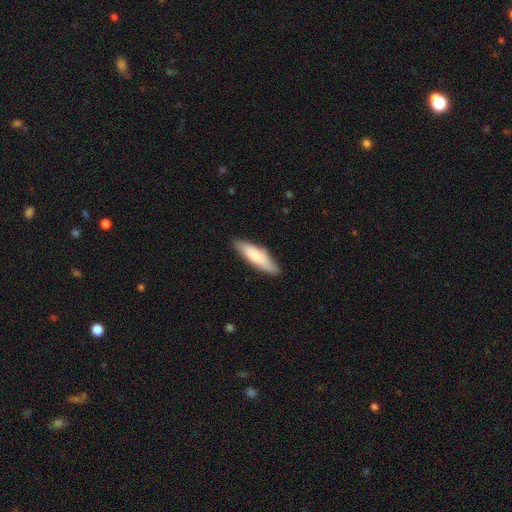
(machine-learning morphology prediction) Overall: smooth (78%). How rounded: cigar-shaped (66%; in between 33%). Merging: none (83%).